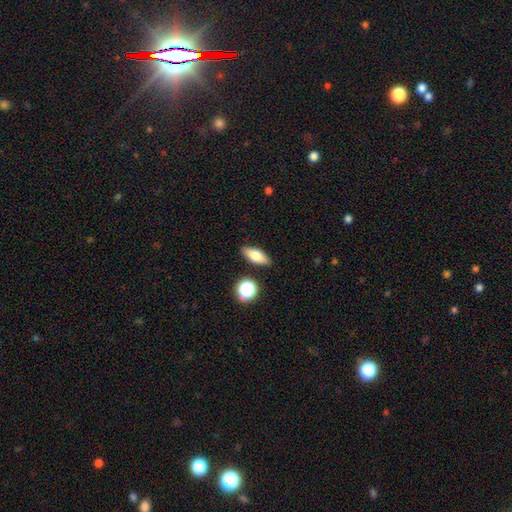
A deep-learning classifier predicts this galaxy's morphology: Smooth or featured? smooth (72%)
How rounded? in between (72%)
Merging? none (86%)